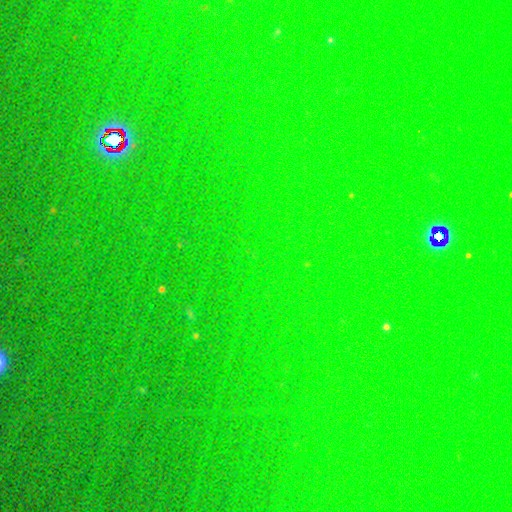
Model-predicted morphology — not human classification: smooth-or-featured: star or artifact: 79% | smooth: 13% | featured or disk: 8%